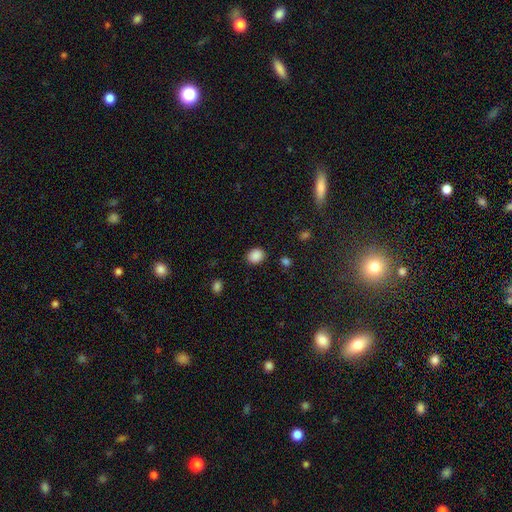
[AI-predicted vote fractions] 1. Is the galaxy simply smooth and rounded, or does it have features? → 88% smooth, 9% star or artifact, 3% featured or disk.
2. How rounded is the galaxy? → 56% round, 43% in between, 1% cigar-shaped.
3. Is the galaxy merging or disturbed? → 87% none, 9% minor disturbance, 3% major disturbance, 2% merger.